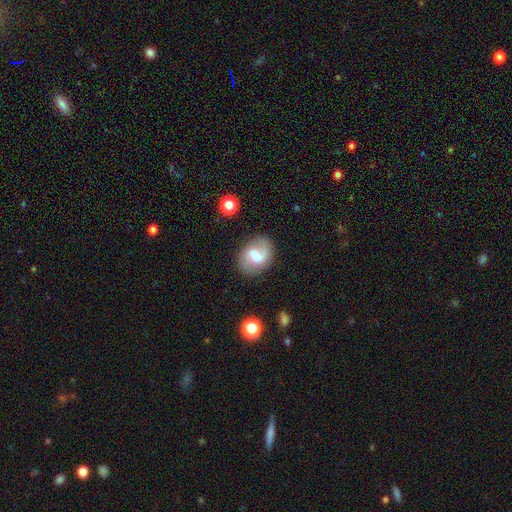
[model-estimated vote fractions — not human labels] Q: Smooth or featured?
A: featured or disk (60%); runner-up: smooth (32%)
Q: Edge-on disk?
A: no (97%); runner-up: yes (3%)
Q: Bar?
A: weak (54%); runner-up: strong (29%)
Q: Spiral arms?
A: yes (82%); runner-up: no (18%)
Q: Bulge size?
A: moderate (44%); runner-up: small (22%)
Q: Merging?
A: none (74%); runner-up: minor disturbance (17%)